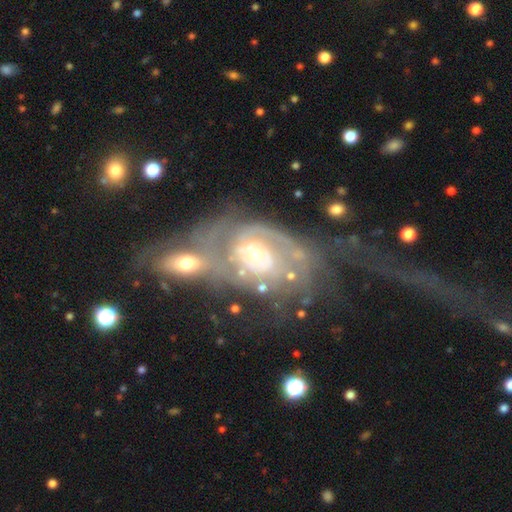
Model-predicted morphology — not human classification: A featured or disk galaxy (80%) with no bar (78%), tight (63%) spiral arms (80%) and a small central bulge (49%). Merging: merger (49%).